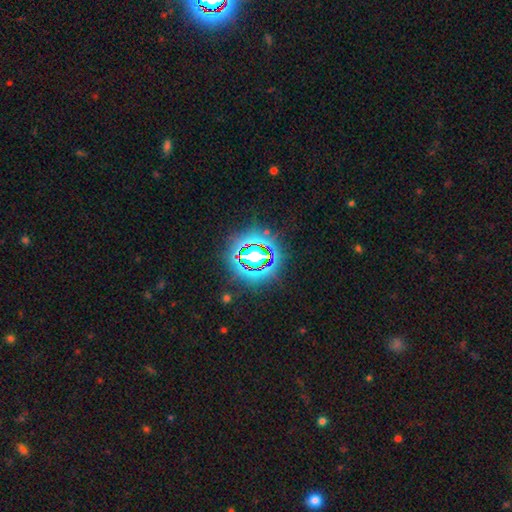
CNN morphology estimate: type=star or artifact (72%).